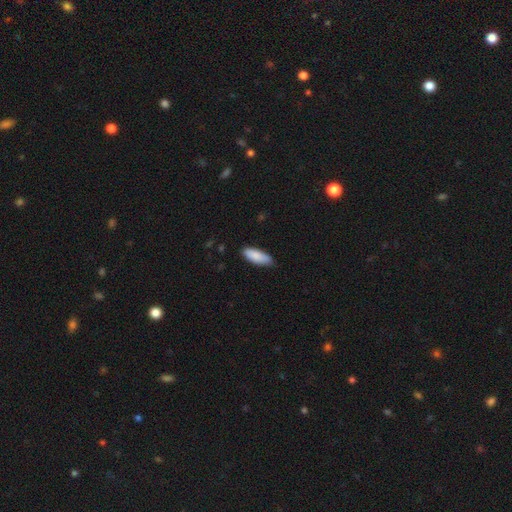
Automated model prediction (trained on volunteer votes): smooth-or-featured: smooth: 87% | featured or disk: 7% | star or artifact: 6%
  how-rounded: in between: 70% | cigar-shaped: 28% | round: 2%
  merging: none: 78% | minor disturbance: 18% | major disturbance: 2% | merger: 1%